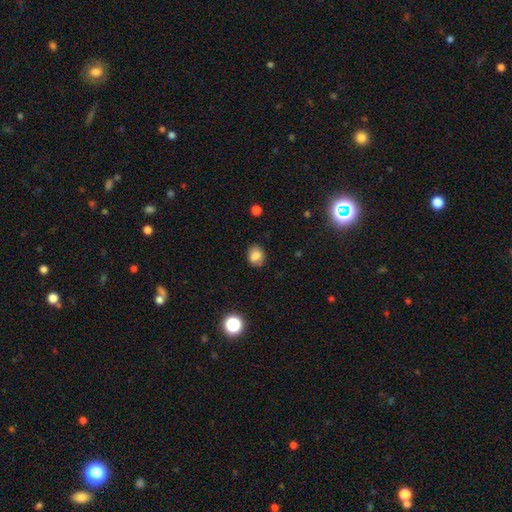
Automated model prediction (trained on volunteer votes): This is likely a smooth galaxy (79%). How rounded: possibly round (55%). Merging: likely none (78%).